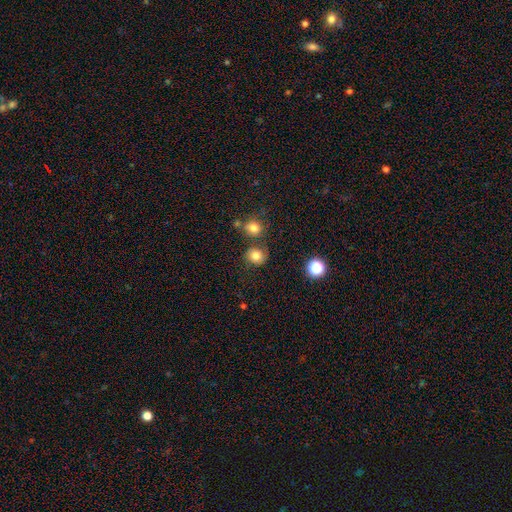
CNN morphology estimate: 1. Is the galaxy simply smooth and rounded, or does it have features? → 78% smooth, 13% star or artifact, 9% featured or disk.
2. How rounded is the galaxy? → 79% round, 20% in between, 1% cigar-shaped.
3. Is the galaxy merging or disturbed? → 70% none, 14% minor disturbance, 11% merger, 5% major disturbance.